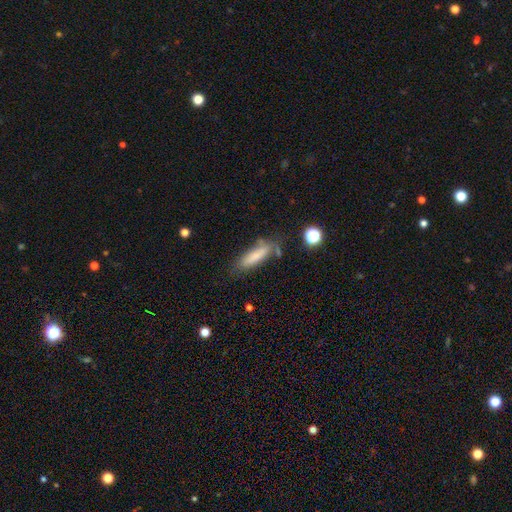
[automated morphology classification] Q: Smooth or featured?
A: smooth (76%); runner-up: featured or disk (16%)
Q: How rounded?
A: cigar-shaped (66%); runner-up: in between (32%)
Q: Merging?
A: none (62%); runner-up: minor disturbance (23%)